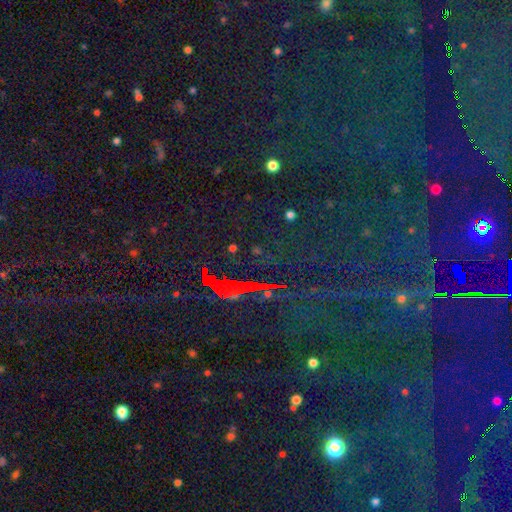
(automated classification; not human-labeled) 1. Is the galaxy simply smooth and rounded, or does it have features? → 84% star or artifact, 8% smooth, 7% featured or disk.